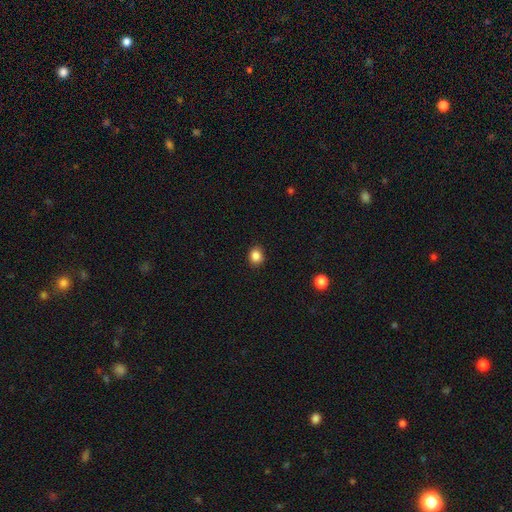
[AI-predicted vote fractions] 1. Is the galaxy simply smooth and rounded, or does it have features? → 86% smooth, 11% star or artifact, 3% featured or disk.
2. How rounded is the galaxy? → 71% round, 28% in between, 1% cigar-shaped.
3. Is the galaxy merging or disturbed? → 90% none, 7% minor disturbance, 2% major disturbance, 1% merger.